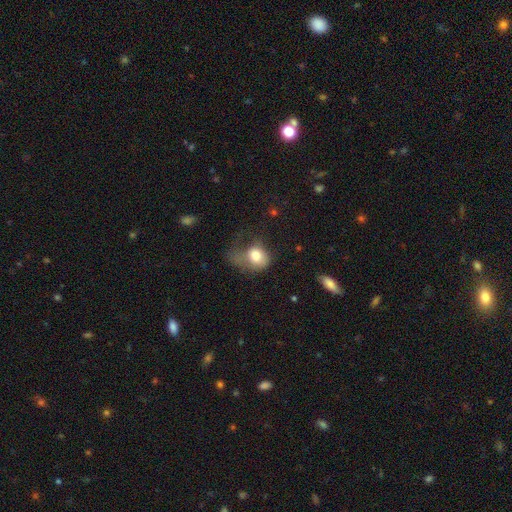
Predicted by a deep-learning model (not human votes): Smooth or featured: smooth — 75% (featured or disk — 16%)
How rounded: in between — 51% (round — 48%)
Merging: major disturbance — 55% (minor disturbance — 22%)